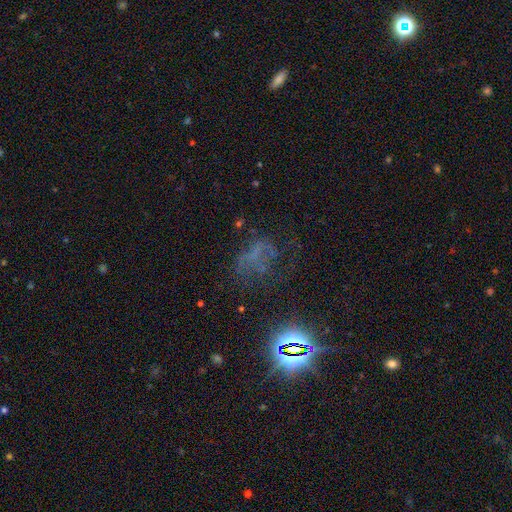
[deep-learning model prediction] A star or artifact, not a galaxy (48%).

Vote fractions:
- Smooth or featured? star or artifact: 48% / featured or disk: 31% / smooth: 21%